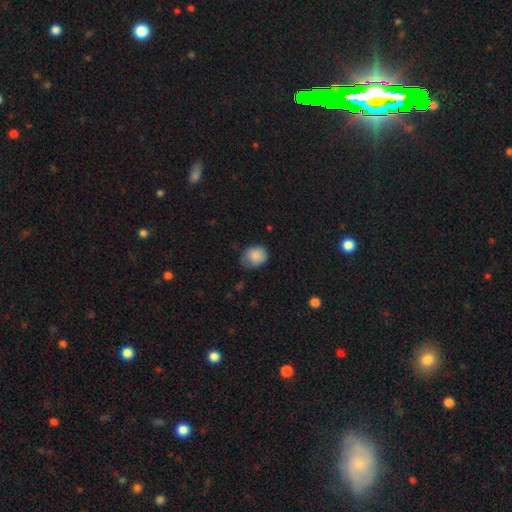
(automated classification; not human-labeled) smooth_or_featured: smooth (p=0.86) [alt: star or artifact p=0.08]
how_rounded: round (p=0.61) [alt: in between p=0.38]
merging: none (p=0.55) [alt: minor disturbance p=0.35]